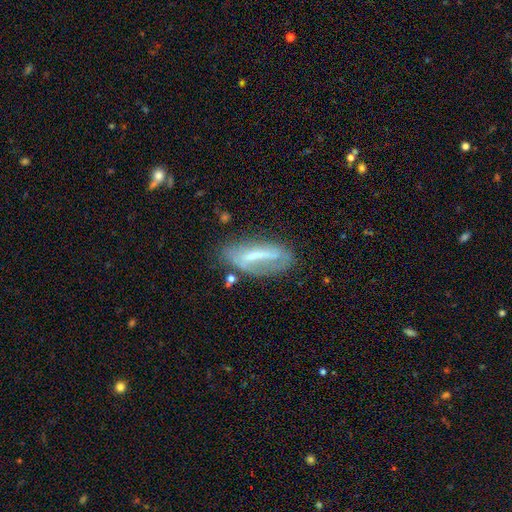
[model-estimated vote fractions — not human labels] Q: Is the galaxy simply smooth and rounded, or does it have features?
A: featured or disk — 54%.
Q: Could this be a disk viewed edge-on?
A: no — 79%.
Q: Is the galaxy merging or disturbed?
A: none — 52%.